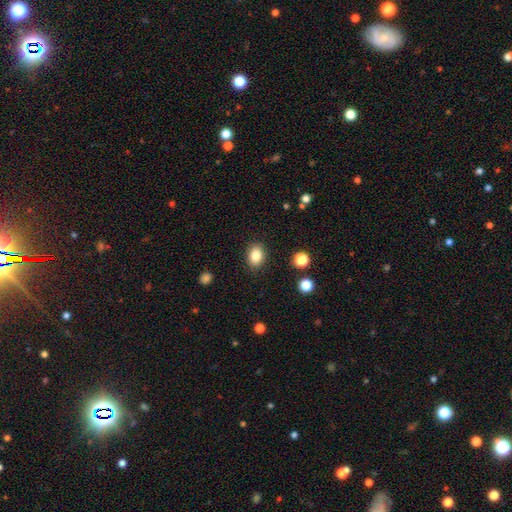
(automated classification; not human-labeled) Smooth or featured? Predicted: smooth (p=0.84). How rounded? Predicted: in between (p=0.69). Merging? Predicted: none (p=0.88).